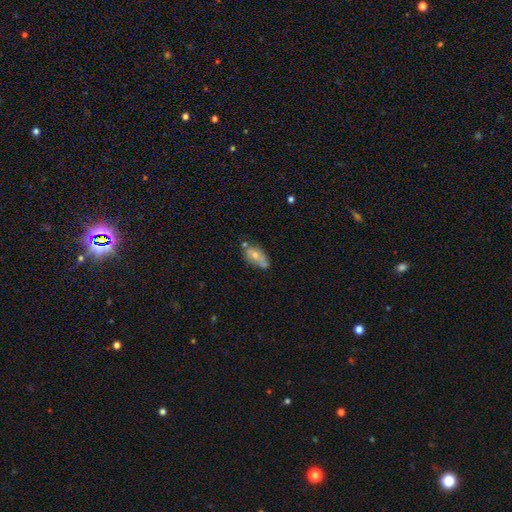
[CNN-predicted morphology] Smooth or featured?
  - smooth: 60% *
  - featured or disk: 32%
  - star or artifact: 7%
How rounded?
  - in between: 89% *
  - cigar-shaped: 6%
  - round: 4%
Merging?
  - none: 50% *
  - minor disturbance: 26%
  - merger: 17%
  - major disturbance: 7%